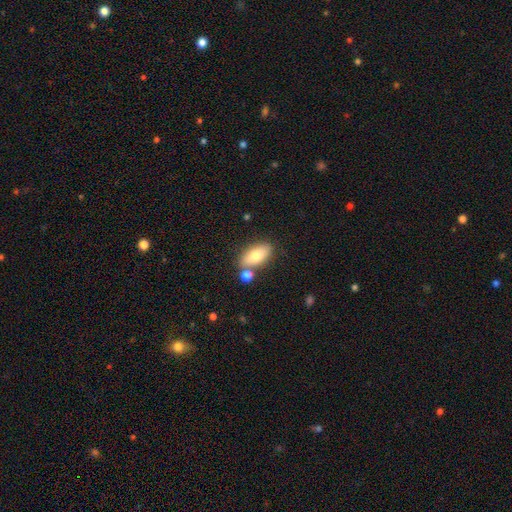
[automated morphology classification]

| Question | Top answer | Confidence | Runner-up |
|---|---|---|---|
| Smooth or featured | smooth | 75% | featured or disk (18%) |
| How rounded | in between | 88% | cigar-shaped (7%) |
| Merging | none | 66% | merger (18%) |